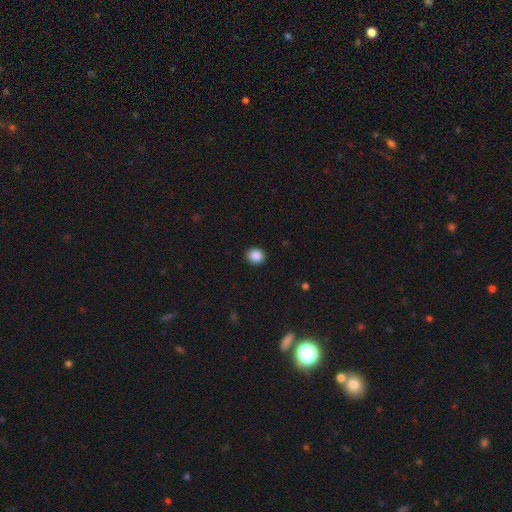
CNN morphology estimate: This appears to be a smooth galaxy with no disk features (88%) that is round (84%). Merging: none (90%).